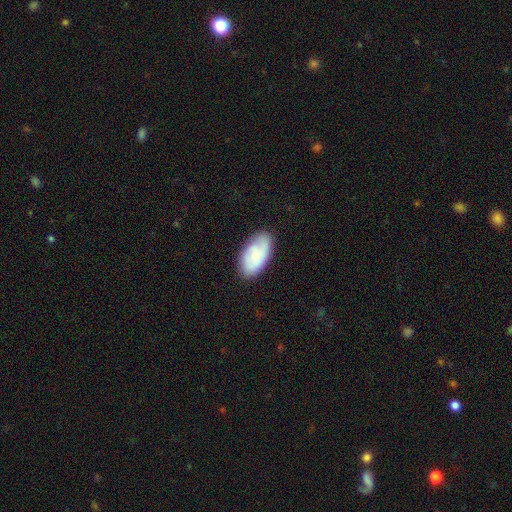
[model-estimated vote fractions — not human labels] Q: Smooth or featured?
A: smooth (63%); runner-up: featured or disk (31%)
Q: How rounded?
A: in between (94%); runner-up: round (4%)
Q: Merging?
A: none (78%); runner-up: minor disturbance (17%)